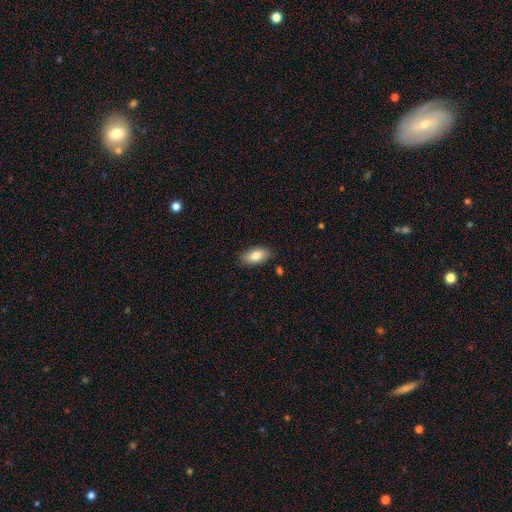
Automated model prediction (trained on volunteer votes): A smooth galaxy with no disk features (82%) that is in between round and cigar-shaped (93%).

Vote fractions:
- Smooth or featured? smooth: 82% / featured or disk: 11% / star or artifact: 7%
- How rounded? in between: 93% / cigar-shaped: 4% / round: 3%
- Merging? none: 86% / minor disturbance: 10% / major disturbance: 2% / merger: 2%